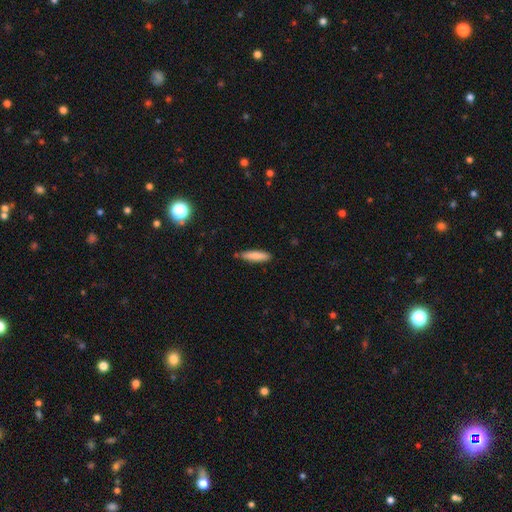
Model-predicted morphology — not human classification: Overall: smooth (84%). How rounded: cigar-shaped (79%). Merging: none (82%).